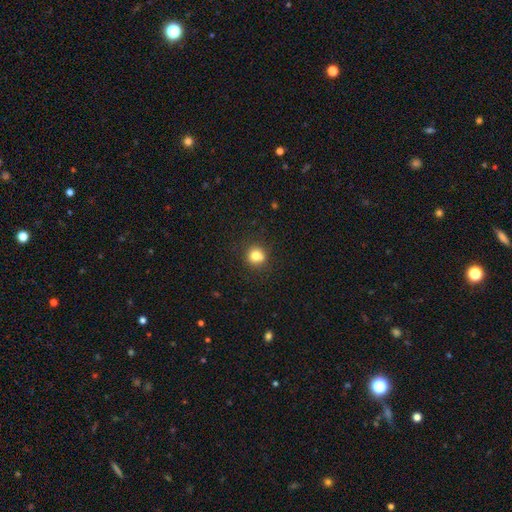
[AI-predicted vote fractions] Smooth or featured?
  - smooth: 80% *
  - star or artifact: 13%
  - featured or disk: 8%
How rounded?
  - round: 89% *
  - in between: 10%
  - cigar-shaped: 1%
Merging?
  - none: 82% *
  - minor disturbance: 10%
  - merger: 5%
  - major disturbance: 3%